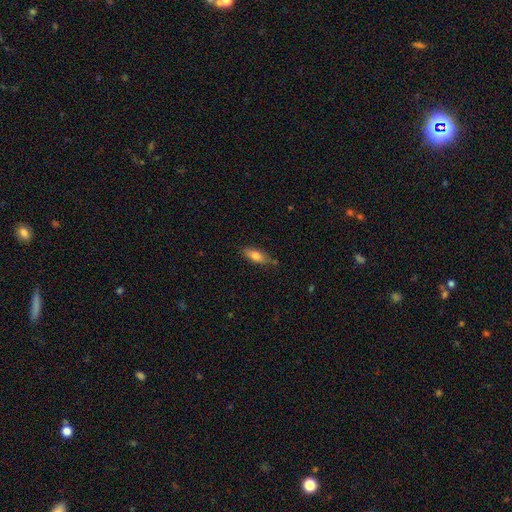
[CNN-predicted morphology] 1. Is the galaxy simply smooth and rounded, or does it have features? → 72% smooth, 20% featured or disk, 7% star or artifact.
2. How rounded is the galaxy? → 65% in between, 32% cigar-shaped, 3% round.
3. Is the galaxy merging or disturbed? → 75% none, 18% minor disturbance, 4% merger, 3% major disturbance.